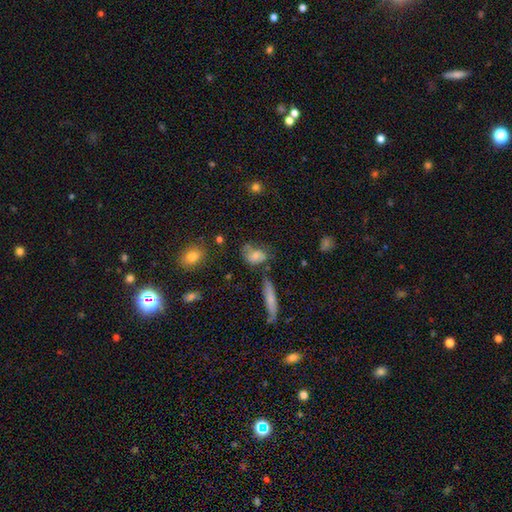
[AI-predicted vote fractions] Smooth or featured? Predicted: smooth (p=0.65). How rounded? Predicted: in between (p=0.72). Merging? Predicted: none (p=0.45).